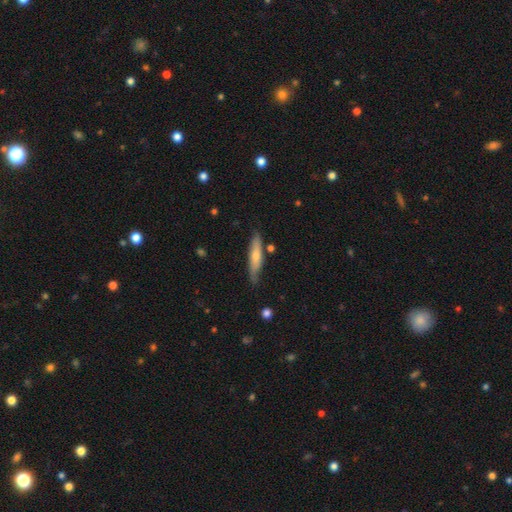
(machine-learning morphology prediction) type=smooth (59%); roundness=cigar-shaped (82%); merging=none (75%).